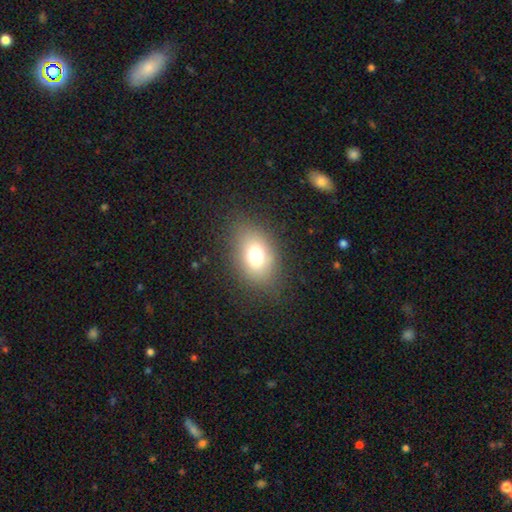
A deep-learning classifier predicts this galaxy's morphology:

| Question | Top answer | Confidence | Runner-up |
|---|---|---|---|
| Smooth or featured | smooth | 71% | star or artifact (15%) |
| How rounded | in between | 70% | round (29%) |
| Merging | none | 80% | minor disturbance (13%) |